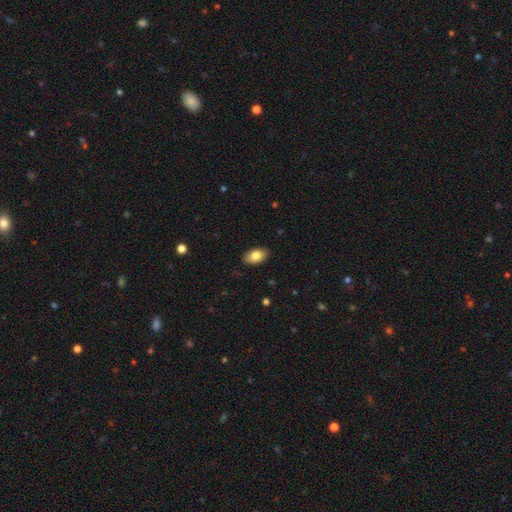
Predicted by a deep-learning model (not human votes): Smooth or featured? smooth (82%)
How rounded? in between (93%)
Merging? none (89%)